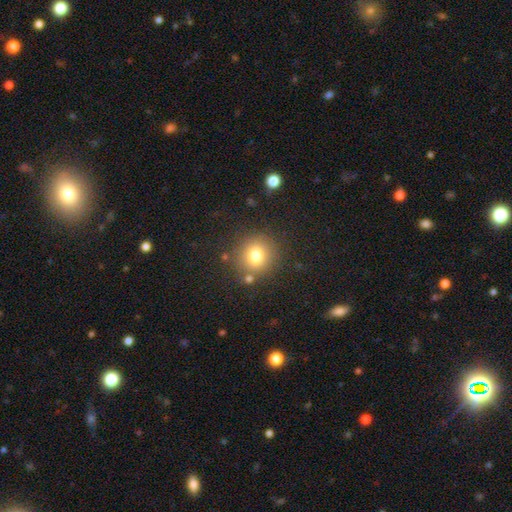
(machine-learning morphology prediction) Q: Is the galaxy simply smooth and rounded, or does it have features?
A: smooth — 78%.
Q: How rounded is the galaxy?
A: round — 86%.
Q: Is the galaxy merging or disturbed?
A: none — 81%.